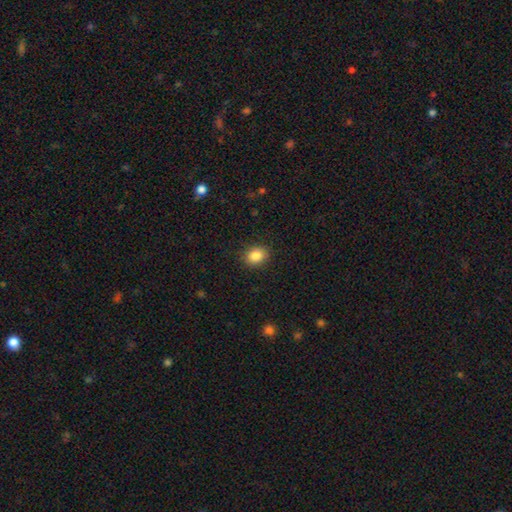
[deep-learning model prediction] This appears to be a smooth galaxy with no disk features (86%) that is in between round and cigar-shaped (59%). Merging: none (88%).